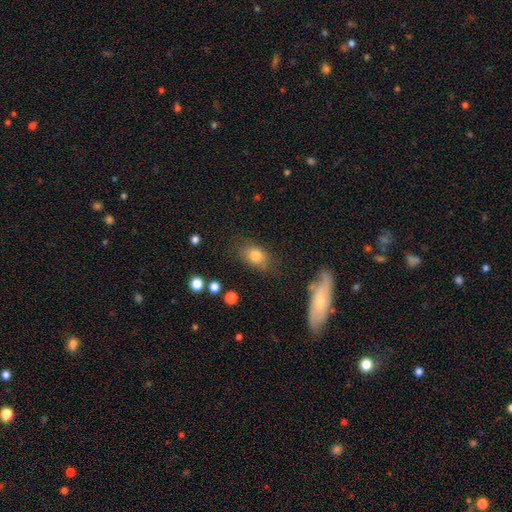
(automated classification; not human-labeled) Smooth or featured? smooth (78%)
How rounded? in between (76%)
Merging? none (73%)